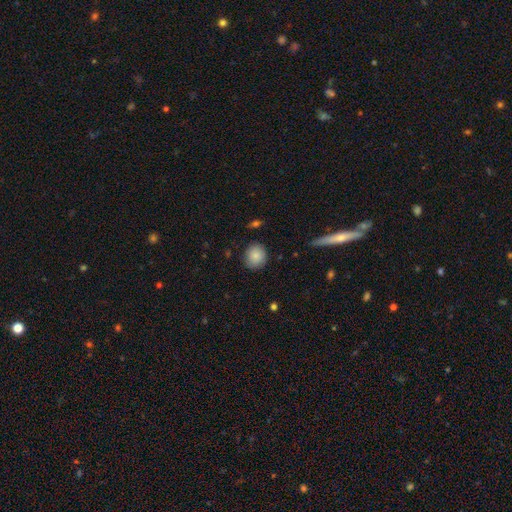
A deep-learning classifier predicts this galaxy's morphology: Smooth or featured: smooth — 85% (star or artifact — 8%)
How rounded: round — 82% (in between — 17%)
Merging: none — 83% (minor disturbance — 13%)